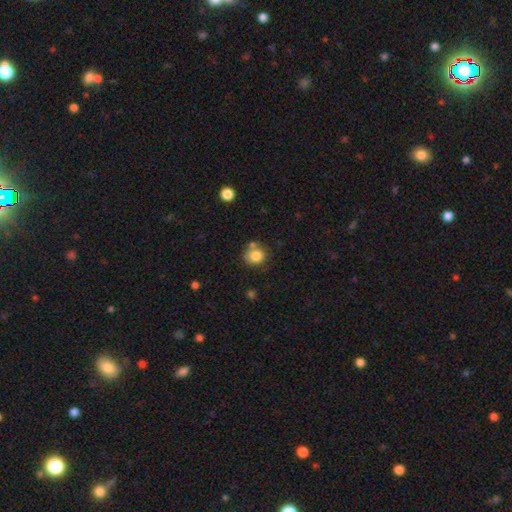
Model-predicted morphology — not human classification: smooth_or_featured: smooth (p=0.82) [alt: star or artifact p=0.10]
how_rounded: round (p=0.82) [alt: in between p=0.17]
merging: none (p=0.61) [alt: merger p=0.19]